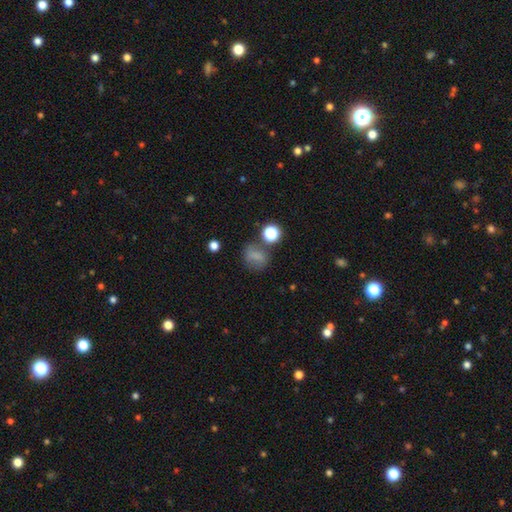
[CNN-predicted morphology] A smooth galaxy with no disk features (69%) that is round (60%).

Vote fractions:
- Smooth or featured? smooth: 69% / star or artifact: 17% / featured or disk: 13%
- How rounded? round: 60% / in between: 38% / cigar-shaped: 2%
- Merging? none: 61% / minor disturbance: 19% / merger: 11% / major disturbance: 9%